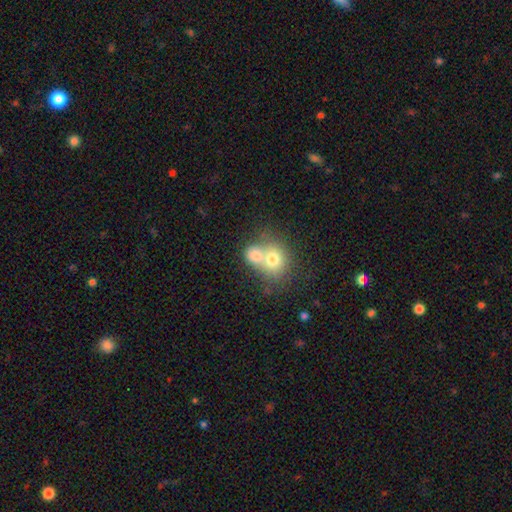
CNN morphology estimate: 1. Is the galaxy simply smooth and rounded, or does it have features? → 72% smooth, 18% featured or disk, 10% star or artifact.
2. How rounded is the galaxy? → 64% round, 35% in between, 1% cigar-shaped.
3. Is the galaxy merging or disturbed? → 67% merger, 23% none, 6% minor disturbance, 4% major disturbance.